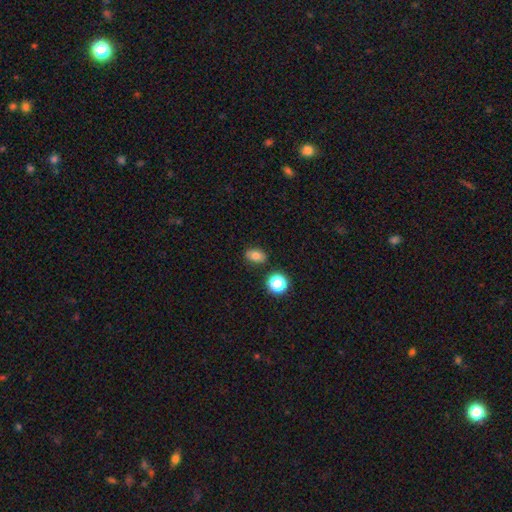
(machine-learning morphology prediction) The model was most divided on "how rounded": in between: 74%, round: 24%, cigar-shaped: 2%. More confident: merging — none (82%); smooth or featured — smooth (75%).